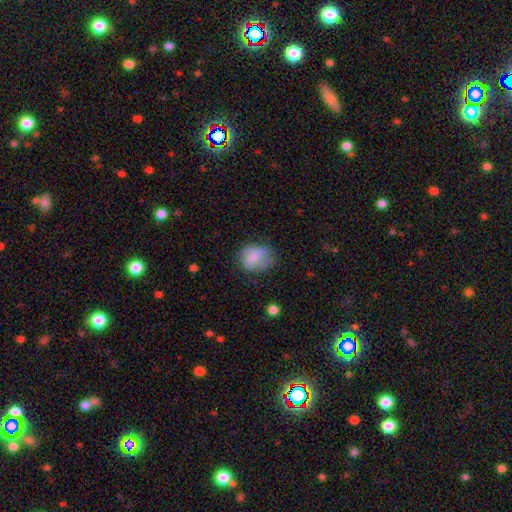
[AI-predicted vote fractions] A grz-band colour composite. It shows a smooth galaxy with no disk features (72%) that is in between round and cigar-shaped (51%). Merging: none (48%).